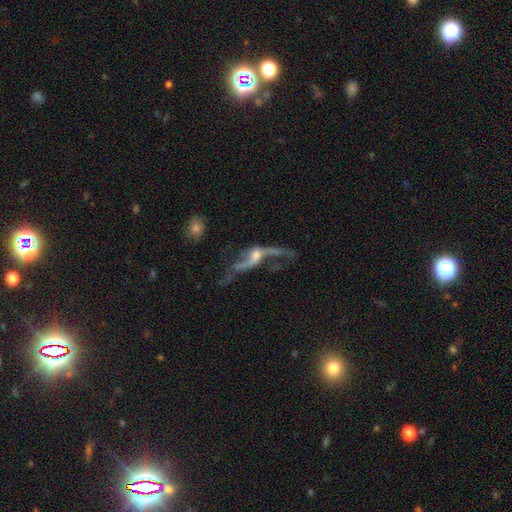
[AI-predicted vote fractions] The model was most divided on "merging": none: 37%, major disturbance: 36%, minor disturbance: 16%, merger: 11%. Remaining: smooth or featured — featured or disk (77%); spiral arms — yes (75%); edge-on disk — no (73%); bar — no (59%); bulge size — small (43%).